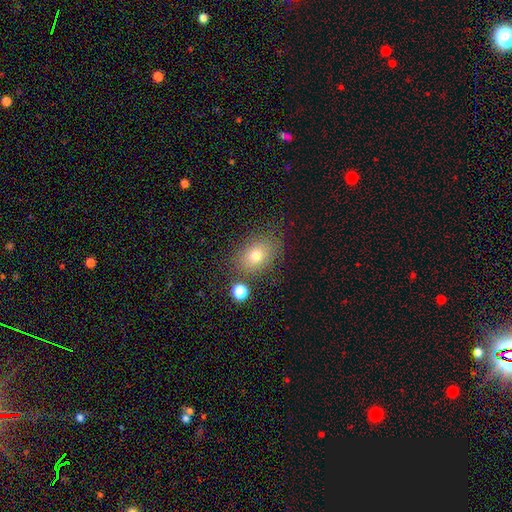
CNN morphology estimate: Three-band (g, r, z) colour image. It shows a smooth galaxy with no disk features (74%) that is in between round and cigar-shaped (71%). Merging: none (76%).